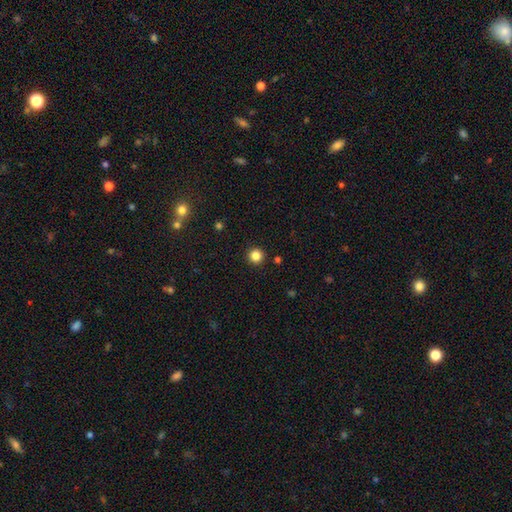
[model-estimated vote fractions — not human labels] smooth 84%, star or artifact 12%, featured or disk 4%. Down the decision tree: how rounded — round (96%); merging — none (93%).